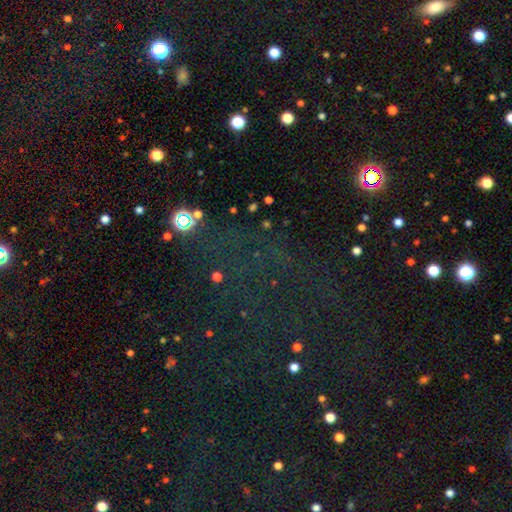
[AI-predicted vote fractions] The model was most divided on "smooth or featured": star or artifact: 72%, smooth: 19%, featured or disk: 9%.